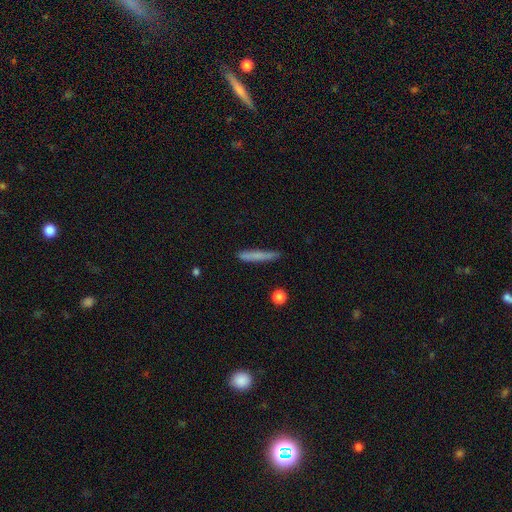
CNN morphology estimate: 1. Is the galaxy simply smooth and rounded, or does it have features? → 74% smooth, 19% featured or disk, 7% star or artifact.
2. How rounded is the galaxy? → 94% cigar-shaped, 5% in between, 2% round.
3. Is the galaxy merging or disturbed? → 80% none, 15% minor disturbance, 3% major disturbance, 2% merger.